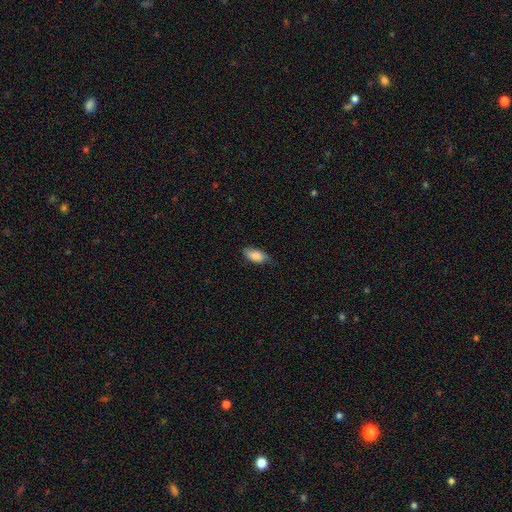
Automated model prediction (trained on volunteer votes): Smooth or featured? smooth (81%)
How rounded? in between (90%)
Merging? none (70%)